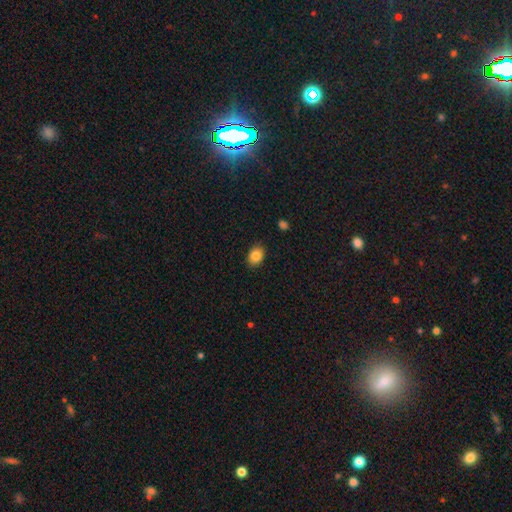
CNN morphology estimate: type=smooth (85%); roundness=in between (71%); merging=none (87%).